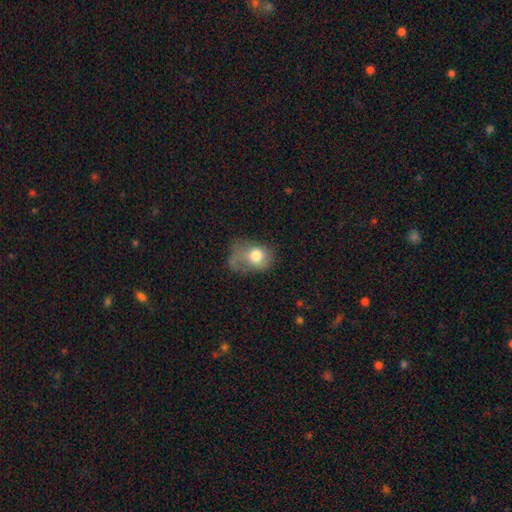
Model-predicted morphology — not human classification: type=smooth (71%); roundness=in between (59%); merging=major disturbance (45%).